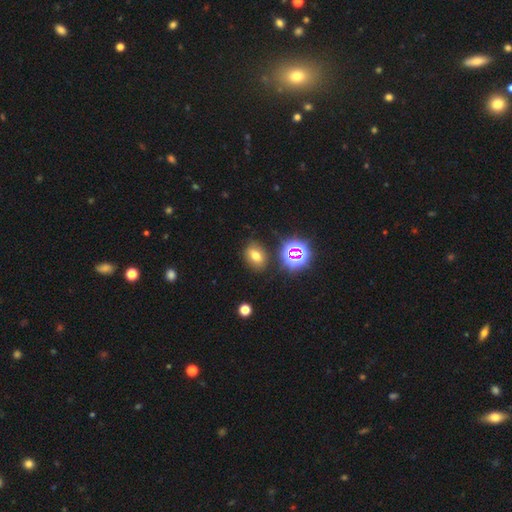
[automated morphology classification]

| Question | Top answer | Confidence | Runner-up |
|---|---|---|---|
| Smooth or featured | smooth | 64% | star or artifact (22%) |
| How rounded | in between | 64% | round (35%) |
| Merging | none | 81% | minor disturbance (12%) |